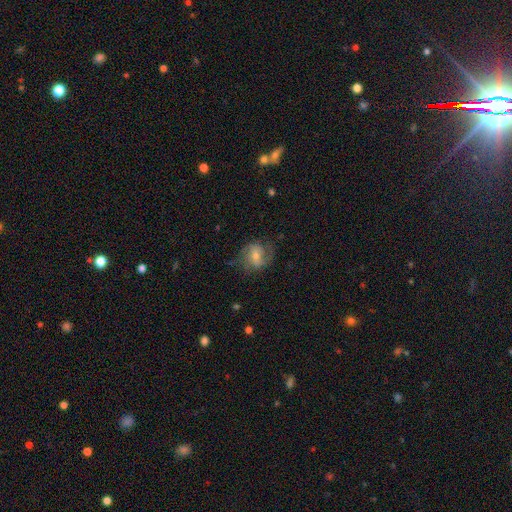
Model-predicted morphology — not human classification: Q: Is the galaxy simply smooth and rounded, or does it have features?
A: featured or disk — 62%.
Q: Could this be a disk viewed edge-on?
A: no — 97%.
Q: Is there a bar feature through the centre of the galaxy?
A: weak — 44%.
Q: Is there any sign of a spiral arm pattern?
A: yes — 86%.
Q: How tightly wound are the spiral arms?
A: medium — 46%.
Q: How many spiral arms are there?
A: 2 — 78%.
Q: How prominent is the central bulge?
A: moderate — 47%.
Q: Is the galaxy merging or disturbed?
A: none — 64%.